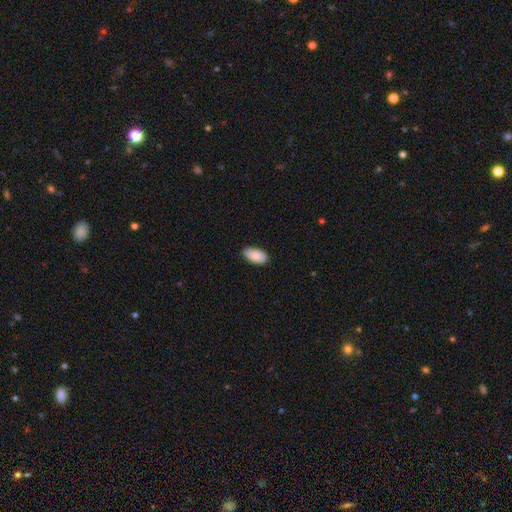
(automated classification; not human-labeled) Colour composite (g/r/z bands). It shows a smooth galaxy with no disk features (86%) that is in between round and cigar-shaped (95%). Merging: none (81%).